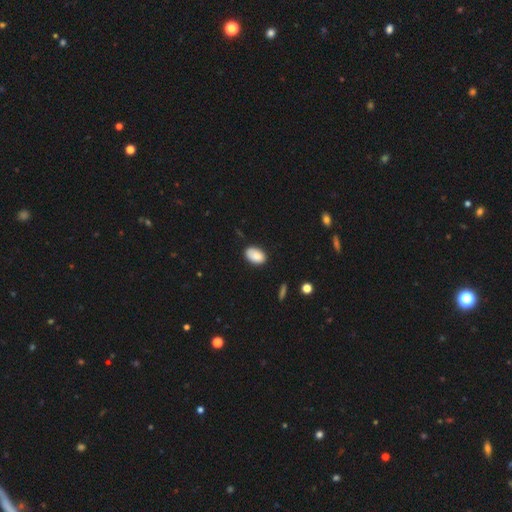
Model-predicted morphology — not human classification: Q: Smooth or featured?
A: smooth (86%); runner-up: star or artifact (7%)
Q: How rounded?
A: in between (90%); runner-up: round (9%)
Q: Merging?
A: none (76%); runner-up: minor disturbance (19%)